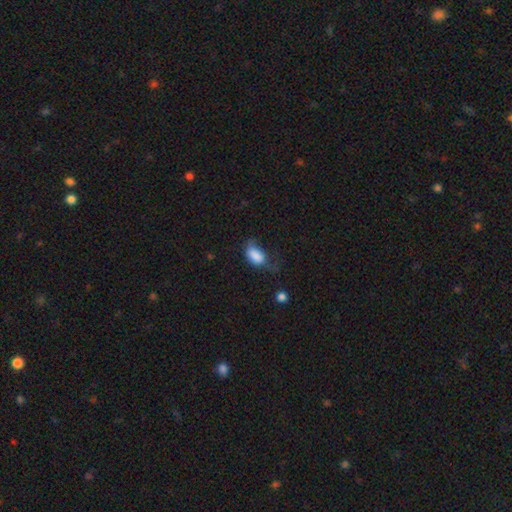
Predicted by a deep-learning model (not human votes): smooth 83%, featured or disk 9%, star or artifact 8%. Down the decision tree: how rounded — in between (91%); merging — major disturbance (35%).